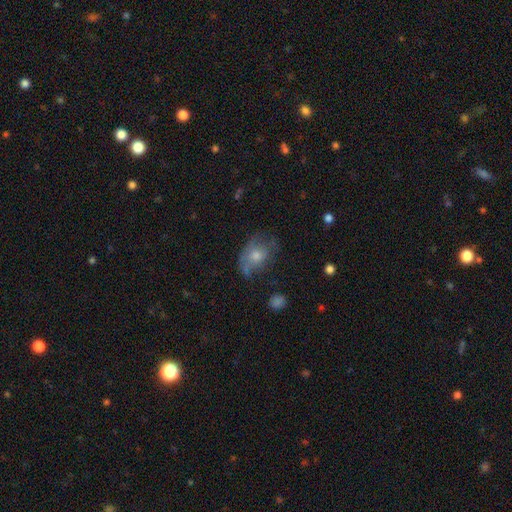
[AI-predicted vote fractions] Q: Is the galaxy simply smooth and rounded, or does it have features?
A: smooth — 53%.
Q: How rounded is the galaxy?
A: in between — 73%.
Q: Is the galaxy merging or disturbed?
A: none — 49%.